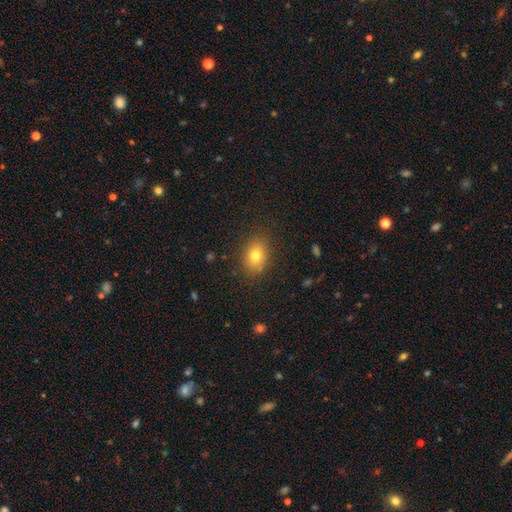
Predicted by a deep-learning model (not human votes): The model was most divided on "how rounded": in between: 69%, round: 29%, cigar-shaped: 1%. More confident: merging — none (83%); smooth or featured — smooth (77%).